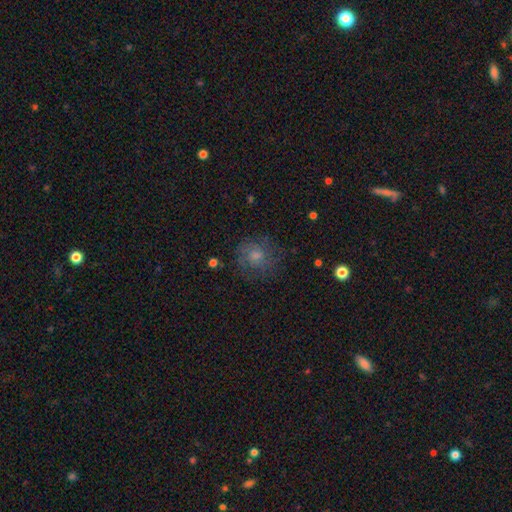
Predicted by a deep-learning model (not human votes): smooth 60%, featured or disk 27%, star or artifact 13%. Down the decision tree: how rounded — round (83%); merging — none (70%).